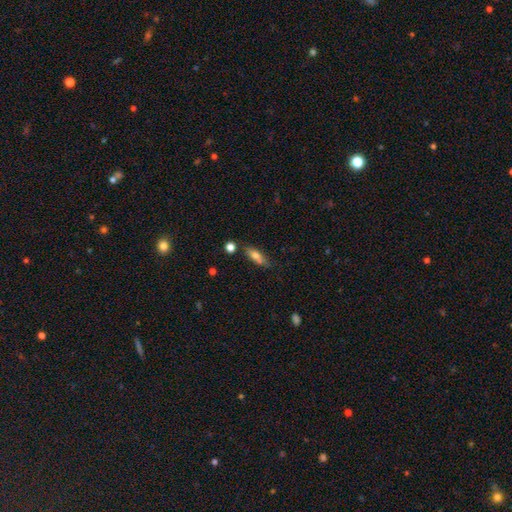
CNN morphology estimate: Smooth or featured?
  - smooth: 68% *
  - featured or disk: 24%
  - star or artifact: 8%
How rounded?
  - in between: 54% *
  - cigar-shaped: 42%
  - round: 3%
Merging?
  - none: 69% *
  - minor disturbance: 20%
  - merger: 7%
  - major disturbance: 5%